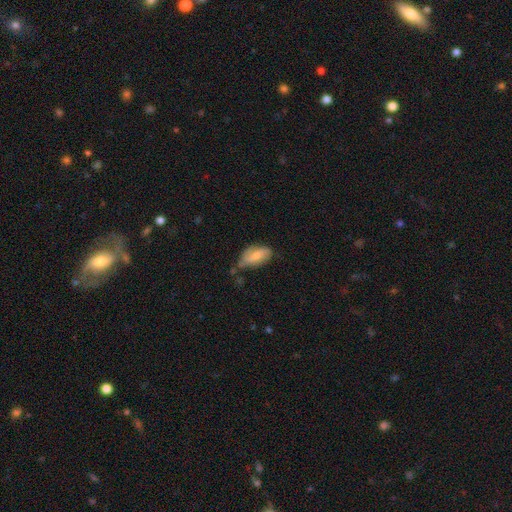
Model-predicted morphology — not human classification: Overall: smooth (71%). How rounded: in between (88%). Merging: none (48%; minor disturbance 37%).